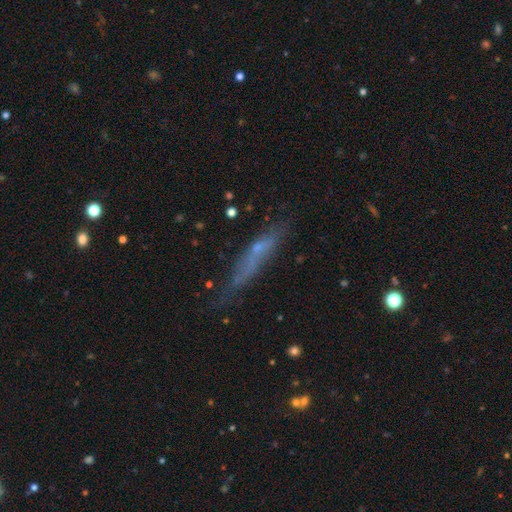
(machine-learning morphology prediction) Smooth or featured? smooth (47%)
Merging? none (61%)